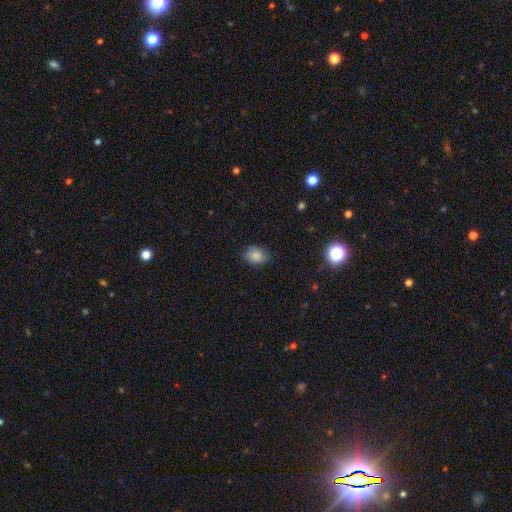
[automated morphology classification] A smooth galaxy with no disk features (85%) that is in between round and cigar-shaped (65%).

Vote fractions:
- Smooth or featured? smooth: 85% / star or artifact: 10% / featured or disk: 6%
- How rounded? in between: 65% / round: 34% / cigar-shaped: 1%
- Merging? none: 80% / minor disturbance: 16% / major disturbance: 3% / merger: 1%